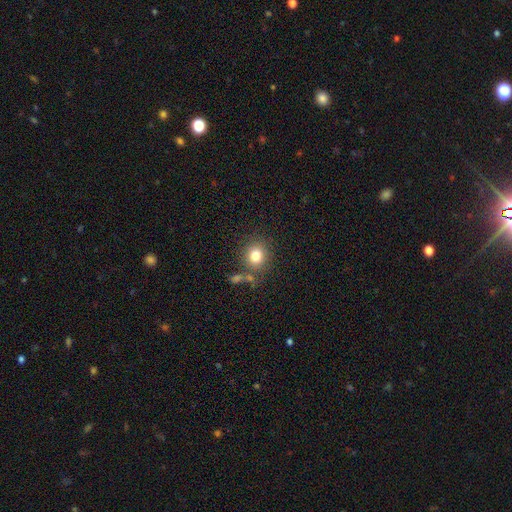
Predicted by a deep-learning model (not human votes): smooth-or-featured: smooth: 80% | star or artifact: 12% | featured or disk: 9%
  how-rounded: round: 79% | in between: 20% | cigar-shaped: 1%
  merging: none: 74% | minor disturbance: 12% | merger: 10% | major disturbance: 5%